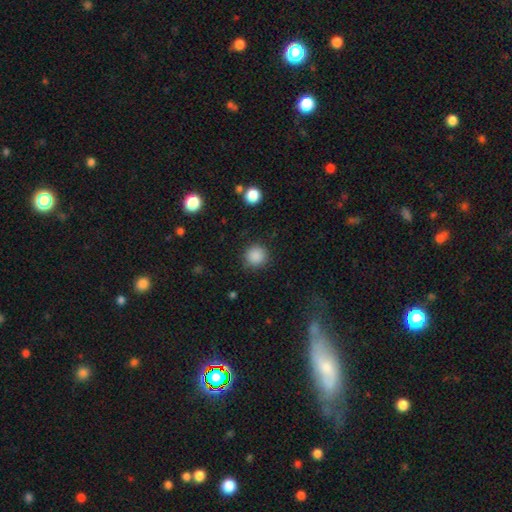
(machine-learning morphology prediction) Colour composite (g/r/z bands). It shows a smooth galaxy with no disk features (87%) that is round (93%). Merging: none (87%).